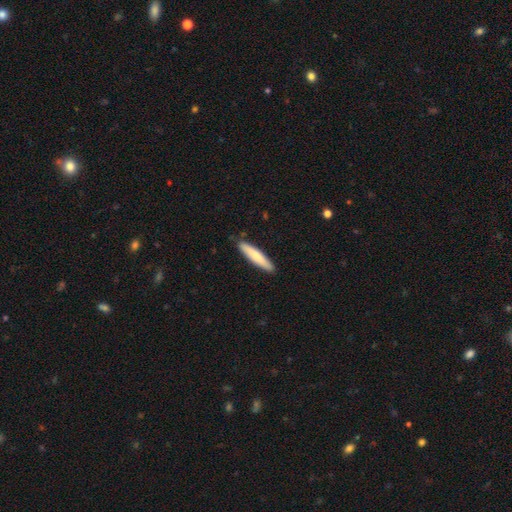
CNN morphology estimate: This appears to be a smooth galaxy with no disk features (74%) that is cigar-shaped (88%). Merging: none (88%).